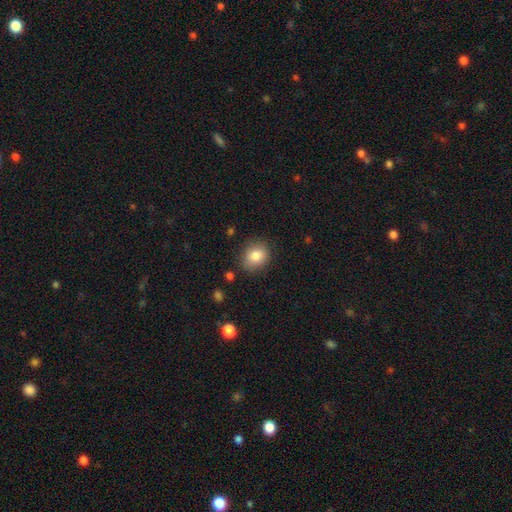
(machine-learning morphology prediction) Q: Smooth or featured?
A: smooth (83%); runner-up: star or artifact (9%)
Q: How rounded?
A: round (65%); runner-up: in between (35%)
Q: Merging?
A: none (82%); runner-up: minor disturbance (13%)